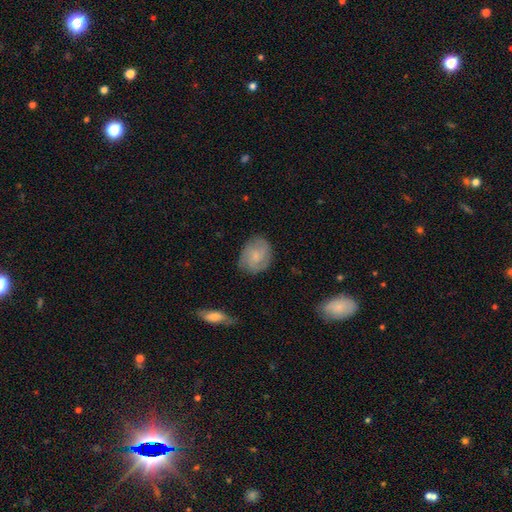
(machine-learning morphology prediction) Smooth or featured: smooth — 54% (featured or disk — 39%)
How rounded: round — 55% (in between — 43%)
Merging: none — 78% (minor disturbance — 17%)